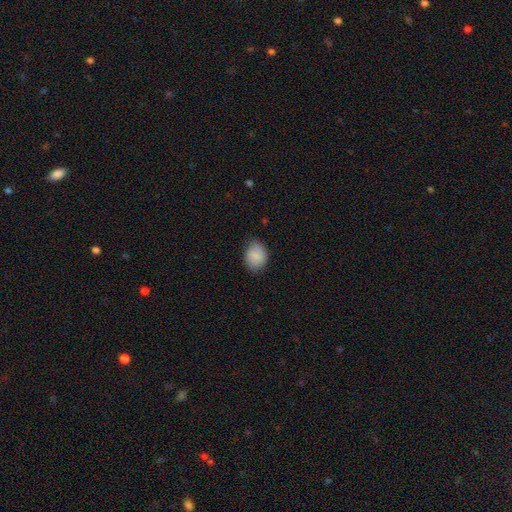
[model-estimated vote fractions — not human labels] Smooth or featured? smooth (86%)
How rounded? in between (54%)
Merging? none (77%)